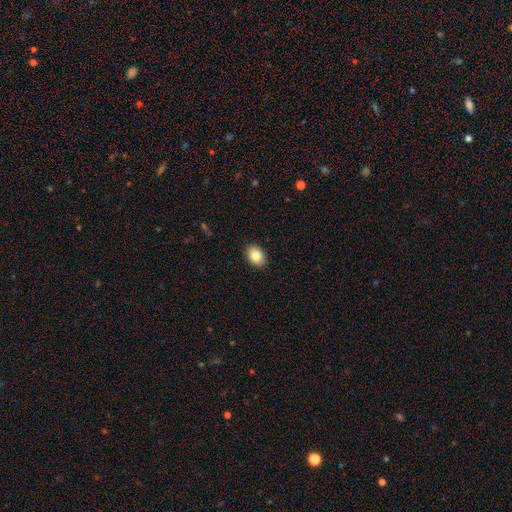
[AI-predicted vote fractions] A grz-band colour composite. It shows a smooth galaxy with no disk features (83%) that is in between round and cigar-shaped (76%). Merging: none (90%).